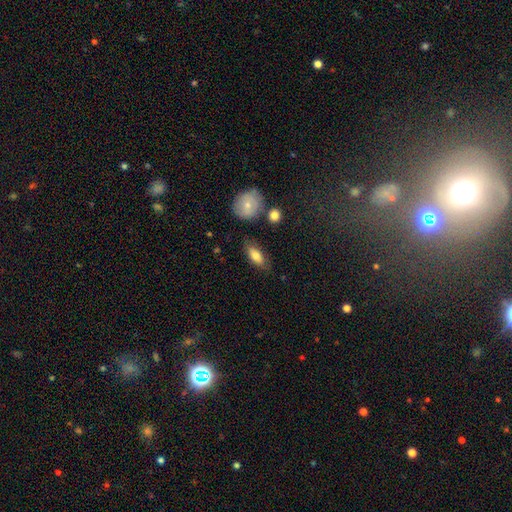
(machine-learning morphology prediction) Q: Smooth or featured?
A: smooth (78%); runner-up: featured or disk (15%)
Q: How rounded?
A: in between (83%); runner-up: cigar-shaped (13%)
Q: Merging?
A: none (77%); runner-up: minor disturbance (15%)